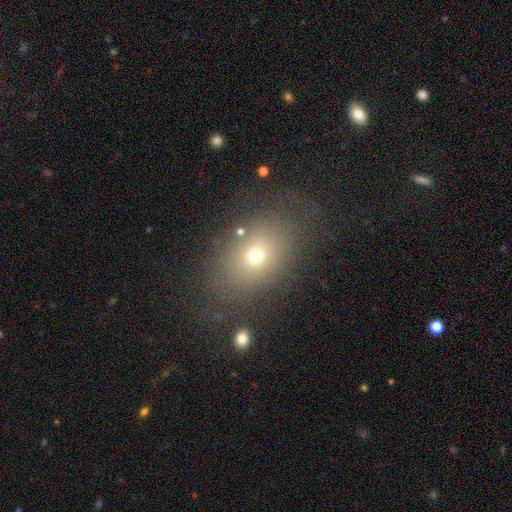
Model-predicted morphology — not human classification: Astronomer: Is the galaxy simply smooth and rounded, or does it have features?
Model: smooth — 66%.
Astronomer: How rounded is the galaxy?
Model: in between — 66%.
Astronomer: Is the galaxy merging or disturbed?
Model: none — 70%.